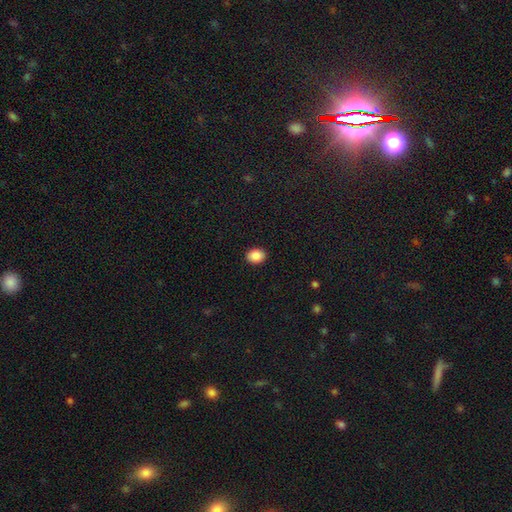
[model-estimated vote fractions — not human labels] Smooth or featured: smooth — 88% (star or artifact — 8%)
How rounded: in between — 62% (round — 37%)
Merging: none — 91% (minor disturbance — 6%)